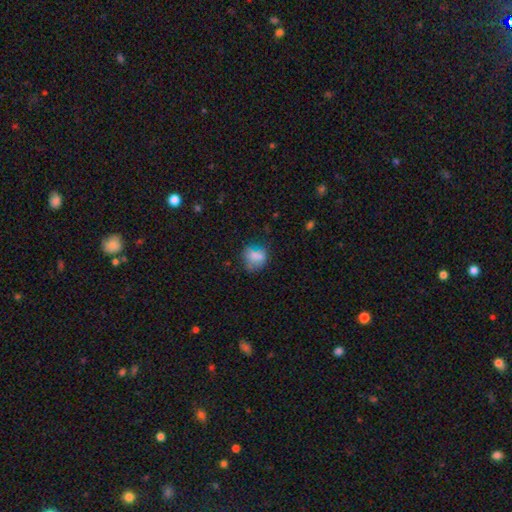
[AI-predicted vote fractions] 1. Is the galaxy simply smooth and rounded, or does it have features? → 66% smooth, 21% featured or disk, 12% star or artifact.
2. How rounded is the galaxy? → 59% round, 40% in between, 1% cigar-shaped.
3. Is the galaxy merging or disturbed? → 48% none, 26% minor disturbance, 16% major disturbance, 10% merger.